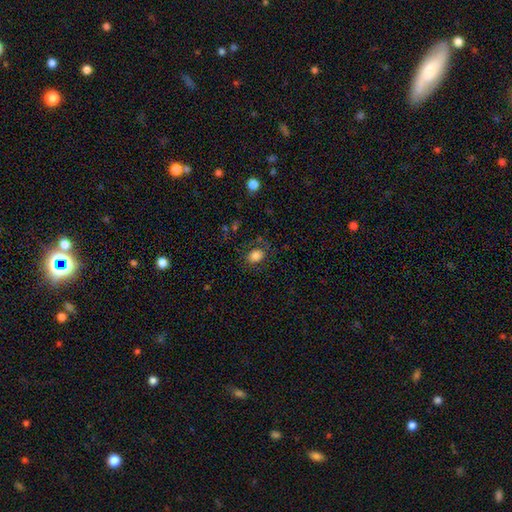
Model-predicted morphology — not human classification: type=smooth (78%); roundness=in between (61%); merging=none (74%).